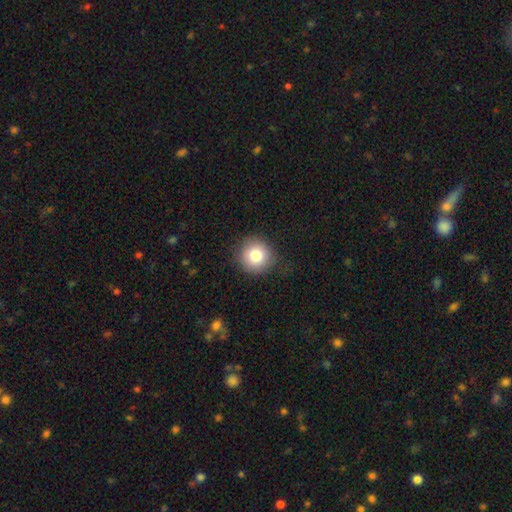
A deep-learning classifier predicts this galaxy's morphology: smooth_or_featured: smooth (p=0.83) [alt: star or artifact p=0.09]
how_rounded: round (p=0.93) [alt: in between p=0.06]
merging: none (p=0.84) [alt: minor disturbance p=0.12]